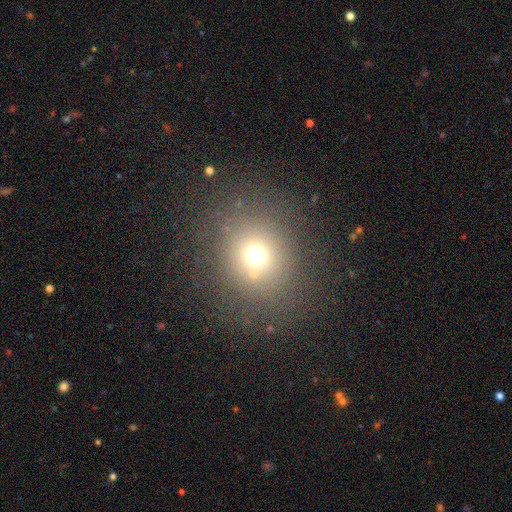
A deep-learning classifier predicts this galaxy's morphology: type=smooth (66%); roundness=round (85%); merging=none (79%).